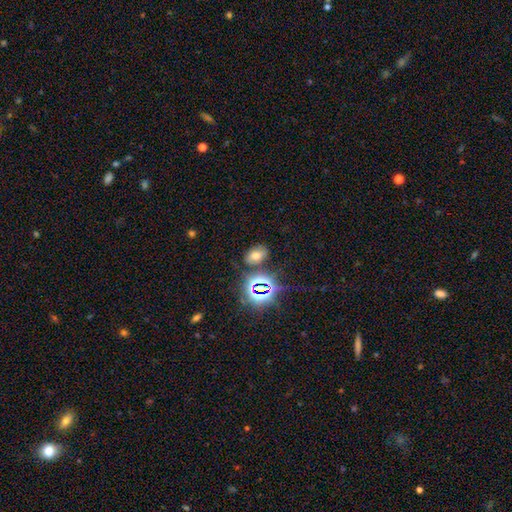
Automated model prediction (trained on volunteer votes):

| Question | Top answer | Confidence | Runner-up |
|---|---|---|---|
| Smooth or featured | smooth | 53% | star or artifact (33%) |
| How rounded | in between | 84% | round (14%) |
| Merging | none | 76% | minor disturbance (13%) |